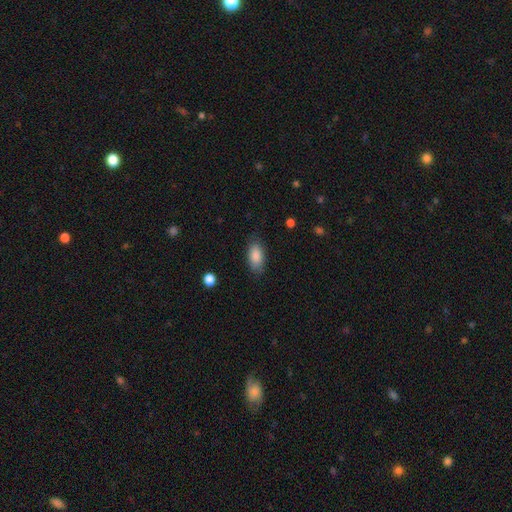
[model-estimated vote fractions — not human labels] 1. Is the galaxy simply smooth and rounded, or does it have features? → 87% smooth, 7% star or artifact, 6% featured or disk.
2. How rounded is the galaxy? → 90% in between, 7% cigar-shaped, 3% round.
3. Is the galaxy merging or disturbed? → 82% none, 14% minor disturbance, 4% major disturbance, 1% merger.